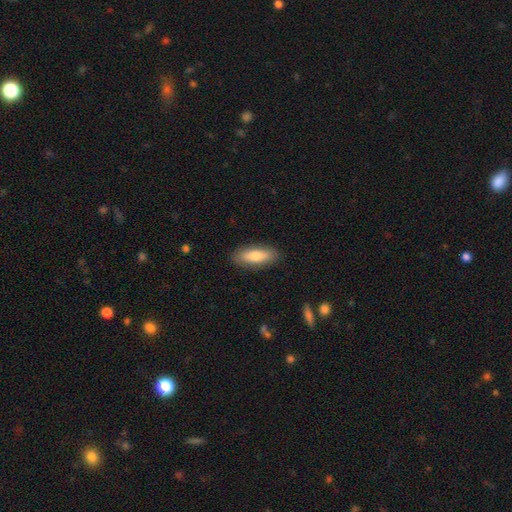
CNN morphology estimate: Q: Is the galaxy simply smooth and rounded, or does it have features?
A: smooth — 74%.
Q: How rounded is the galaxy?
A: in between — 64%.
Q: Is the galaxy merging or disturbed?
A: none — 86%.